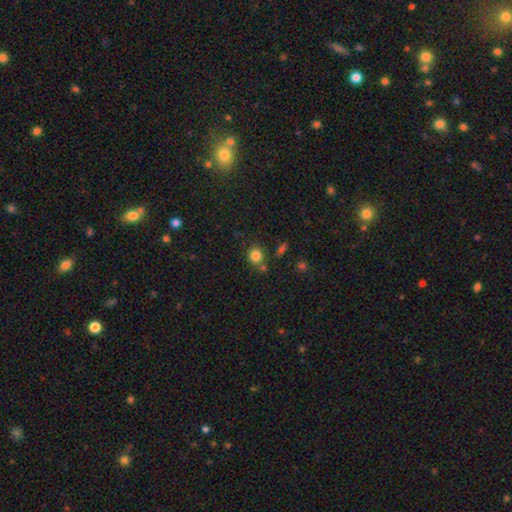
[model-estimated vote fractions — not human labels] Q: Smooth or featured?
A: smooth (83%); runner-up: star or artifact (12%)
Q: How rounded?
A: round (82%); runner-up: in between (17%)
Q: Merging?
A: none (71%); runner-up: merger (14%)